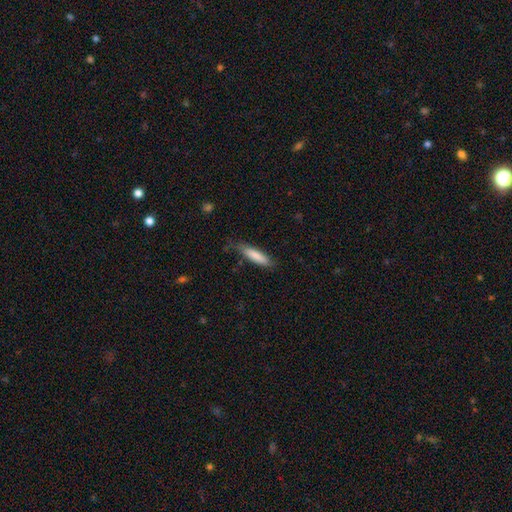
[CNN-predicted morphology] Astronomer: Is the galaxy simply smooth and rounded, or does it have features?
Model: smooth — 82%.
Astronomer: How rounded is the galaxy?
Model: cigar-shaped — 78%.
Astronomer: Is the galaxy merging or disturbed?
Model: none — 74%.